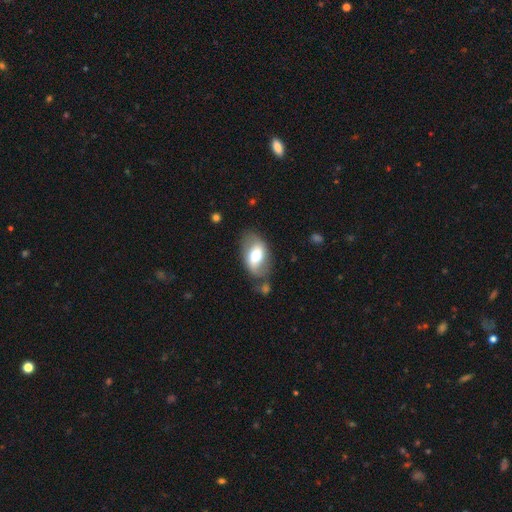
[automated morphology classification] smooth_or_featured: smooth (p=0.50) [alt: featured or disk p=0.44]
merging: none (p=0.66) [alt: minor disturbance p=0.20]